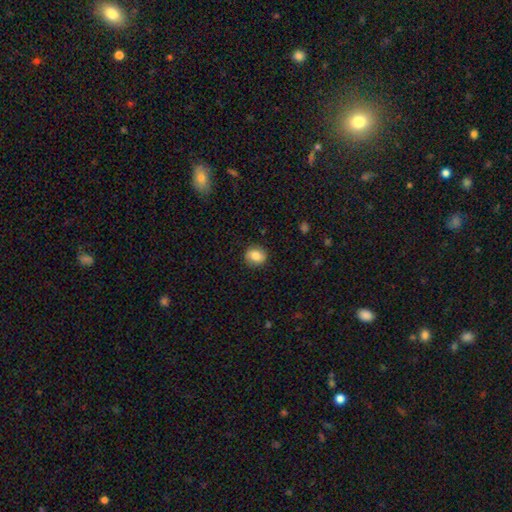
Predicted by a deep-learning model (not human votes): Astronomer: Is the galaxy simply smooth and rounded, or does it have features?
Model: smooth — 75%.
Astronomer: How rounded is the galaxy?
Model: round — 72%.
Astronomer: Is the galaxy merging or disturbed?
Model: none — 85%.